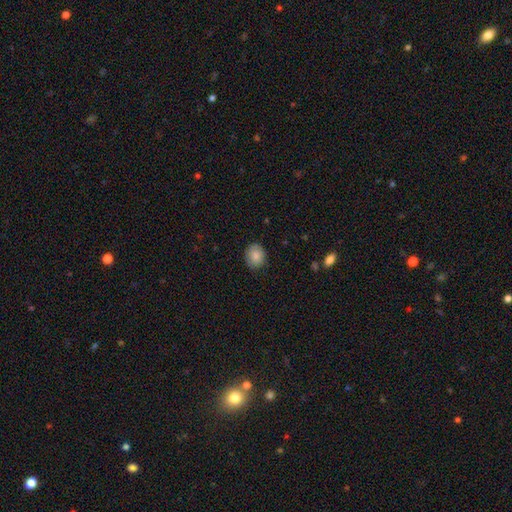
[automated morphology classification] Smooth or featured? smooth (86%)
How rounded? round (57%)
Merging? none (85%)